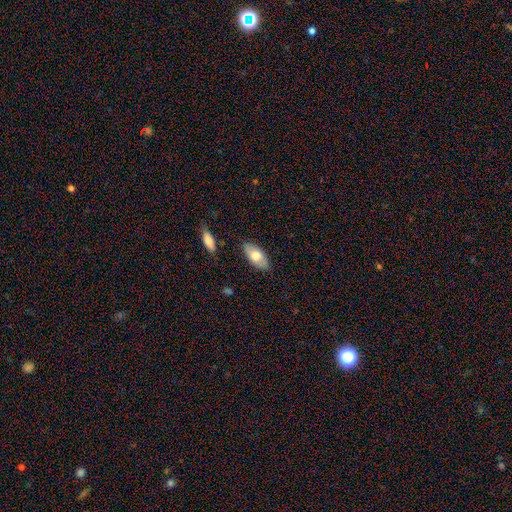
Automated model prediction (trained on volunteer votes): Morphology: type=smooth (72%); roundness=in between (91%); merging=none (84%).